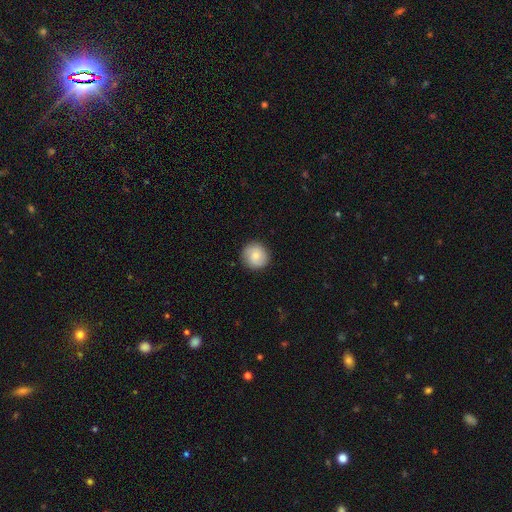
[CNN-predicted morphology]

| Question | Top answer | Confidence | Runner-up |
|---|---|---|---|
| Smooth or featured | smooth | 75% | featured or disk (18%) |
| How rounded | round | 93% | in between (6%) |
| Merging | none | 88% | minor disturbance (9%) |